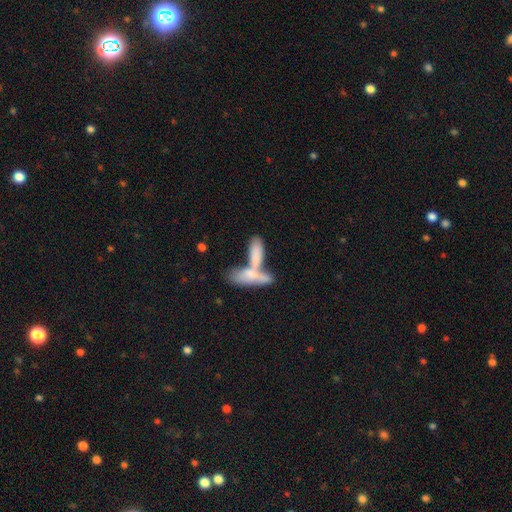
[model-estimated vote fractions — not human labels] Smooth or featured? smooth (73%)
How rounded? in between (55%)
Merging? merger (64%)